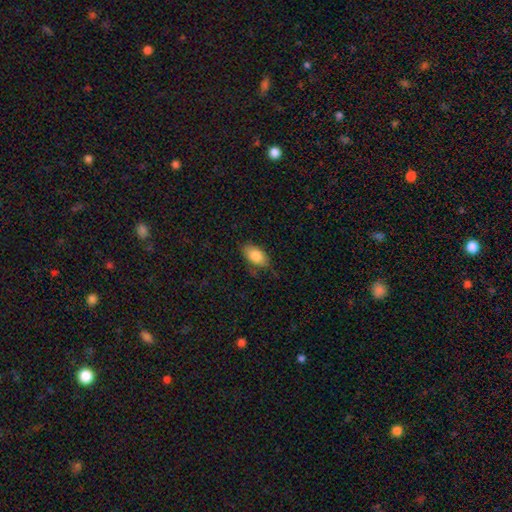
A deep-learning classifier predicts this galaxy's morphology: Smooth or featured: smooth — 84% (featured or disk — 9%)
How rounded: in between — 93% (round — 4%)
Merging: none — 75% (minor disturbance — 19%)